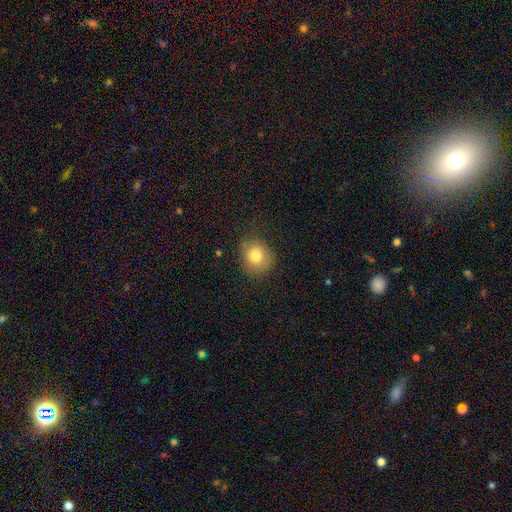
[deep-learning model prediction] smooth 79%, featured or disk 11%, star or artifact 10%. Down the decision tree: how rounded — round (80%); merging — none (74%).